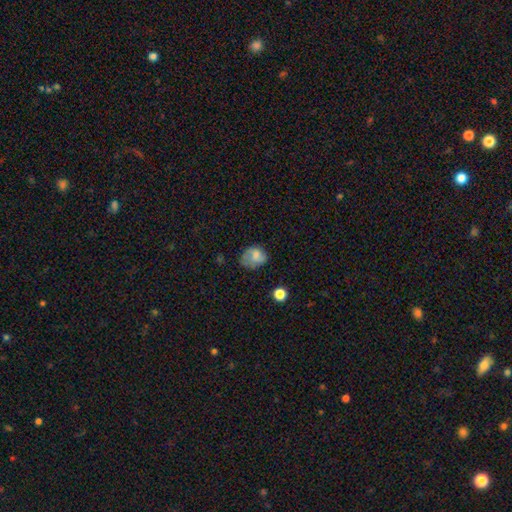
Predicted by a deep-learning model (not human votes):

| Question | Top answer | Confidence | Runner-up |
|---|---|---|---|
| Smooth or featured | smooth | 70% | featured or disk (19%) |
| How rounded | in between | 55% | round (44%) |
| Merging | none | 49% | minor disturbance (31%) |